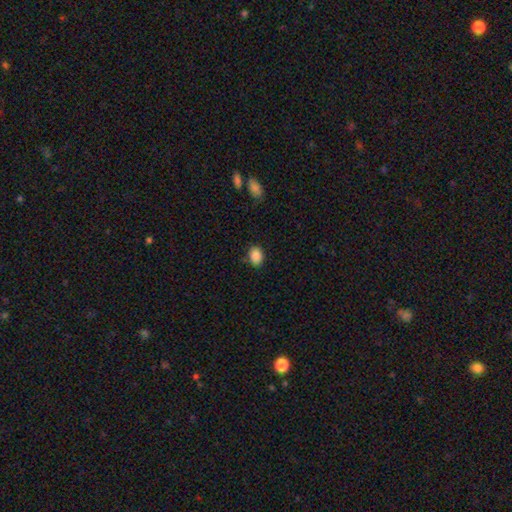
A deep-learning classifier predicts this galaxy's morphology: A smooth galaxy with no disk features (87%) that is in between round and cigar-shaped (72%). Merging: none (83%).